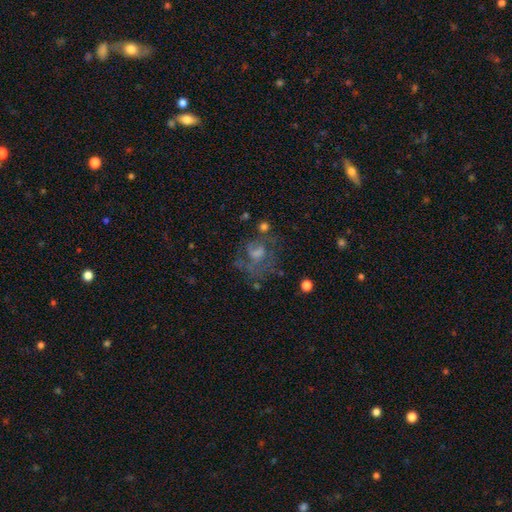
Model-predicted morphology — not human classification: type=featured or disk (53%); edge-on=no (97%); bar=no (64%); spiral arms=no (53%); bulge=none (34%); merging=none (42%).